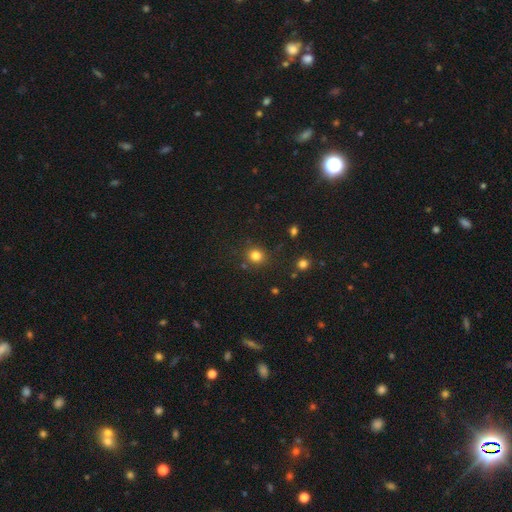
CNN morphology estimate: Smooth or featured? smooth (81%)
How rounded? round (82%)
Merging? none (84%)